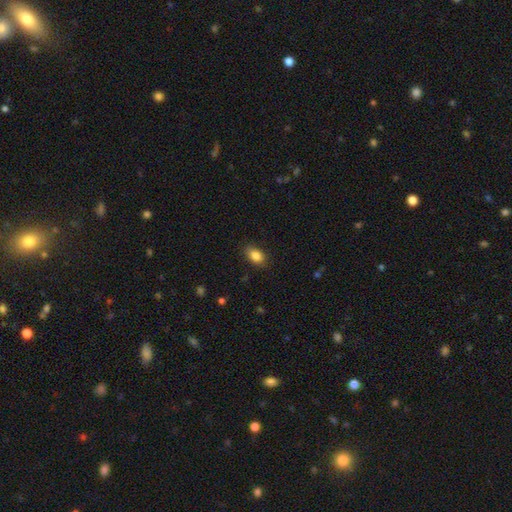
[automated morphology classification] A smooth galaxy with no disk features (86%) that is in between round and cigar-shaped (87%).

Vote fractions:
- Smooth or featured? smooth: 86% / star or artifact: 8% / featured or disk: 6%
- How rounded? in between: 87% / round: 10% / cigar-shaped: 2%
- Merging? none: 85% / minor disturbance: 11% / major disturbance: 3% / merger: 1%